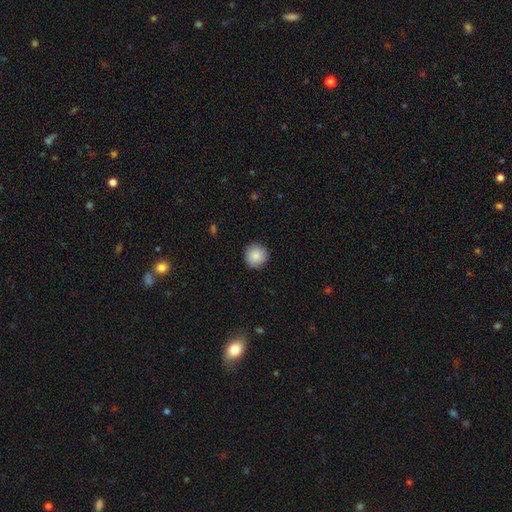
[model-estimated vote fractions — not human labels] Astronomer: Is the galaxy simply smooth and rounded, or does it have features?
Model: smooth — 88%.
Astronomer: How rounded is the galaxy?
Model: round — 96%.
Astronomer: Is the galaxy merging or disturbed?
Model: none — 91%.